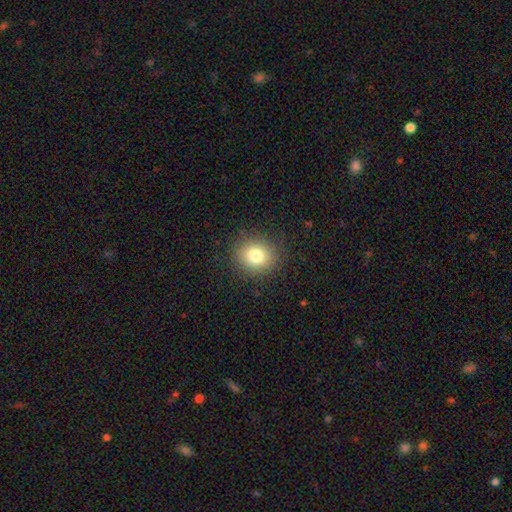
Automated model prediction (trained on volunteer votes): Q: Smooth or featured?
A: smooth (80%); runner-up: star or artifact (12%)
Q: How rounded?
A: round (77%); runner-up: in between (22%)
Q: Merging?
A: none (88%); runner-up: minor disturbance (8%)